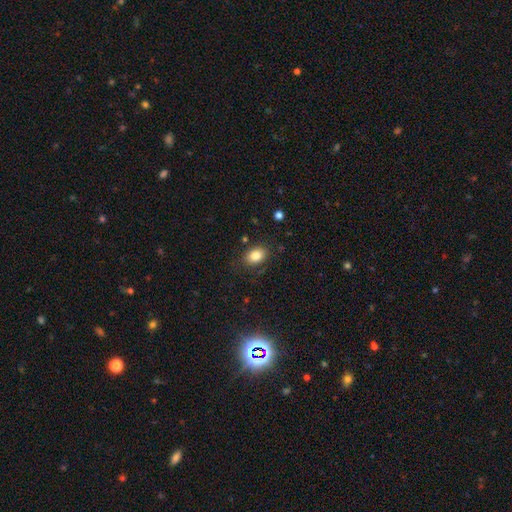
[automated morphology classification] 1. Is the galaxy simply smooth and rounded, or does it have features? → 83% smooth, 9% star or artifact, 8% featured or disk.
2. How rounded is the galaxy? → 75% in between, 24% round, 1% cigar-shaped.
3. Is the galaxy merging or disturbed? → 81% none, 13% minor disturbance, 4% major disturbance, 2% merger.